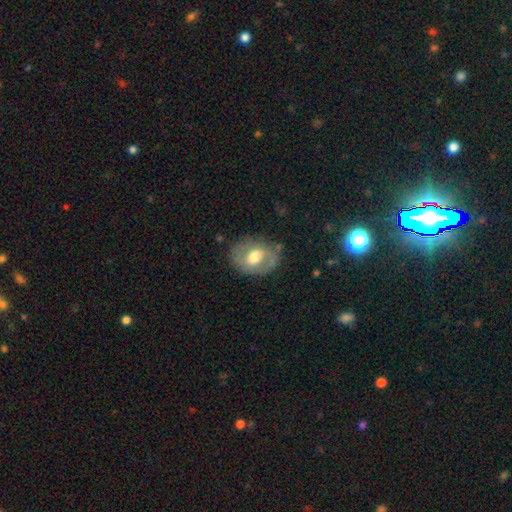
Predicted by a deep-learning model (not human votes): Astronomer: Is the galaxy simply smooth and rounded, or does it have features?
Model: featured or disk — 51% (runner-up: smooth, 41%).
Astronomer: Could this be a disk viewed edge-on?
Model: no — 94%.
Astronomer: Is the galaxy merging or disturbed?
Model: none — 76%.